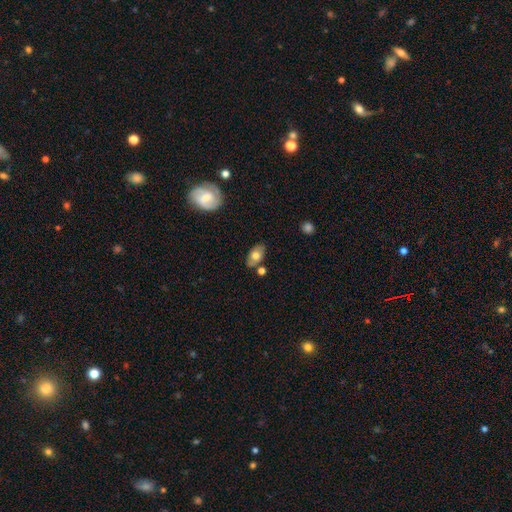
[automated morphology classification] This appears to be a smooth galaxy with no disk features (65%) that is in between round and cigar-shaped (89%). Merging: none (73%).